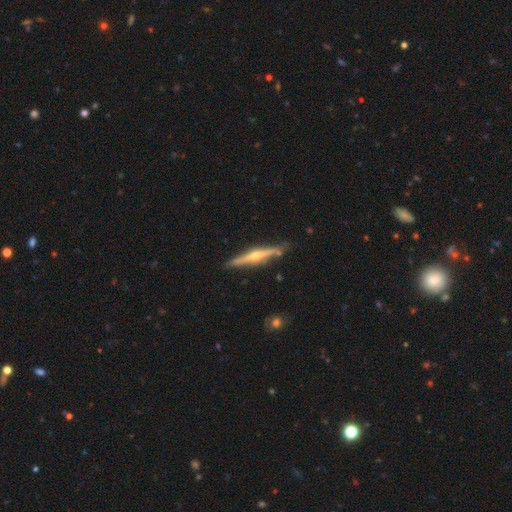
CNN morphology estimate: Overall: featured or disk (79%). Edge-on disk: yes (97%). Edge-on bulge: rounded (89%). Merging: none (85%).